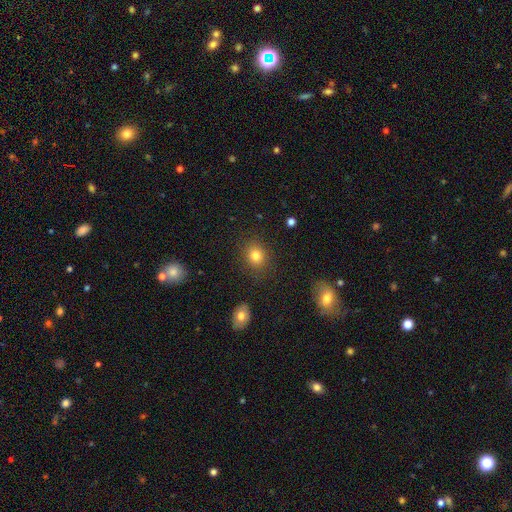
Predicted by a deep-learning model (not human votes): Smooth or featured: smooth — 82% (star or artifact — 12%)
How rounded: round — 72% (in between — 27%)
Merging: none — 87% (minor disturbance — 8%)